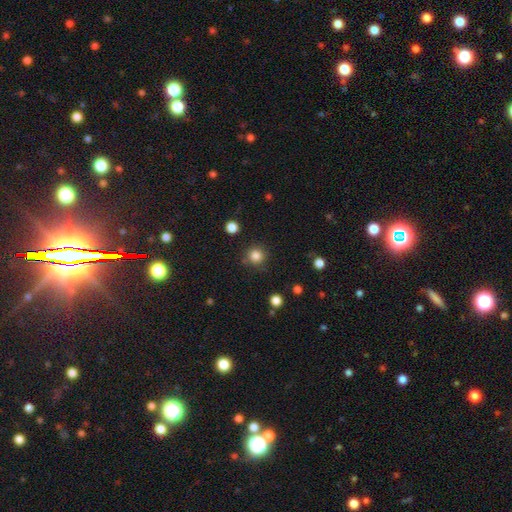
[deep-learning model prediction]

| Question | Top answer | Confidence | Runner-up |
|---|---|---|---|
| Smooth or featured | smooth | 84% | star or artifact (12%) |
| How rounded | round | 94% | in between (5%) |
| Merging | none | 86% | minor disturbance (9%) |